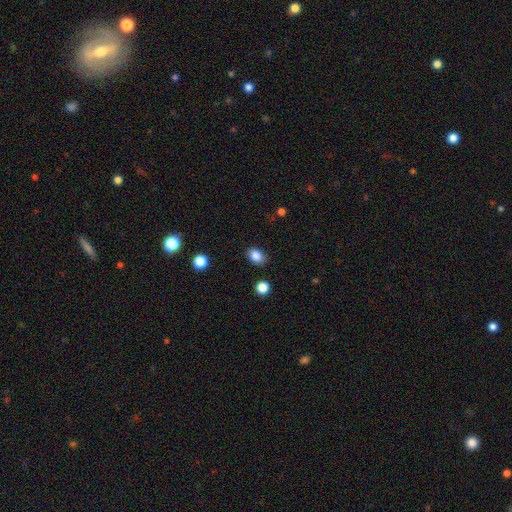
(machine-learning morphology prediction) smooth_or_featured: smooth (p=0.86) [alt: star or artifact p=0.10]
how_rounded: in between (p=0.72) [alt: round p=0.26]
merging: none (p=0.85) [alt: minor disturbance p=0.10]